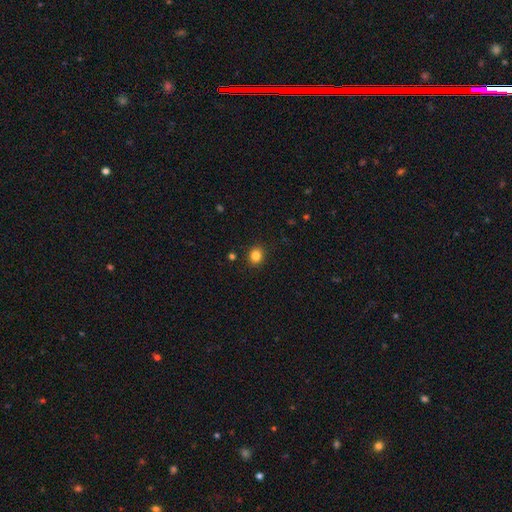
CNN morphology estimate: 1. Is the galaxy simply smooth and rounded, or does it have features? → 83% smooth, 12% star or artifact, 5% featured or disk.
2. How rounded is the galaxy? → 73% round, 26% in between, 1% cigar-shaped.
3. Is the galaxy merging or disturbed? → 90% none, 6% minor disturbance, 2% major disturbance, 1% merger.